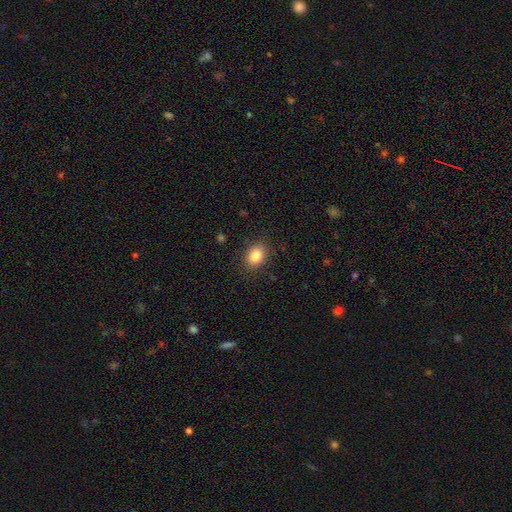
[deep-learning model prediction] Morphology: type=smooth (84%); roundness=in between (67%); merging=none (87%).